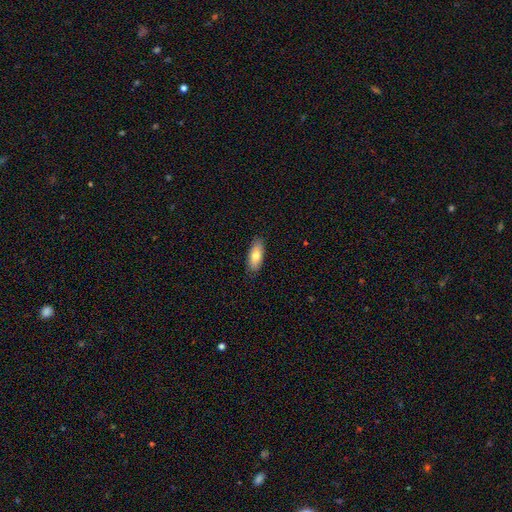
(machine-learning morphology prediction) Smooth or featured? smooth (77%)
How rounded? in between (78%)
Merging? none (87%)